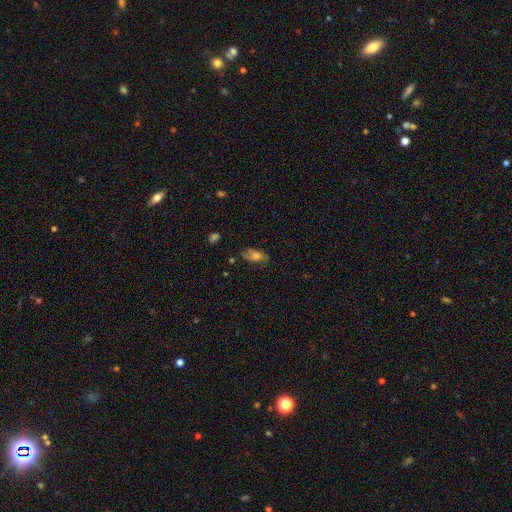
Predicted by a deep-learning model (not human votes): smooth_or_featured: smooth (p=0.58) [alt: featured or disk p=0.30]
how_rounded: in between (p=0.82) [alt: cigar-shaped p=0.11]
merging: none (p=0.67) [alt: minor disturbance p=0.23]